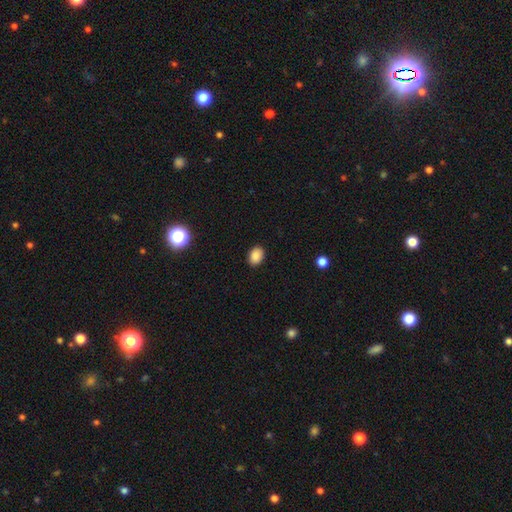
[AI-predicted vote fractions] This appears to be a smooth galaxy with no disk features (87%) that is in between round and cigar-shaped (71%). Merging: none (89%).